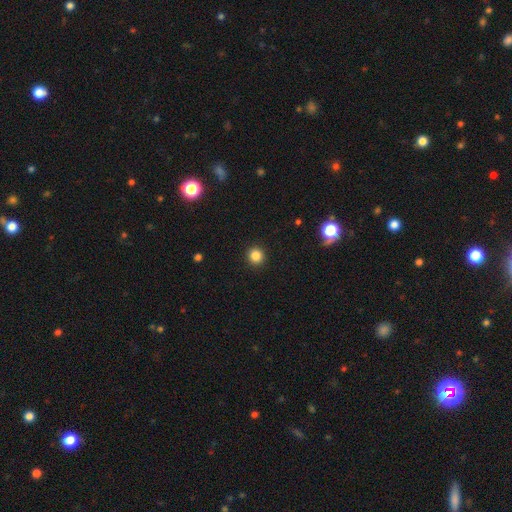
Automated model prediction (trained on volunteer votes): Smooth or featured?
  - smooth: 85% *
  - star or artifact: 12%
  - featured or disk: 4%
How rounded?
  - round: 94% *
  - in between: 5%
  - cigar-shaped: 1%
Merging?
  - none: 93% *
  - minor disturbance: 5%
  - major disturbance: 2%
  - merger: 1%